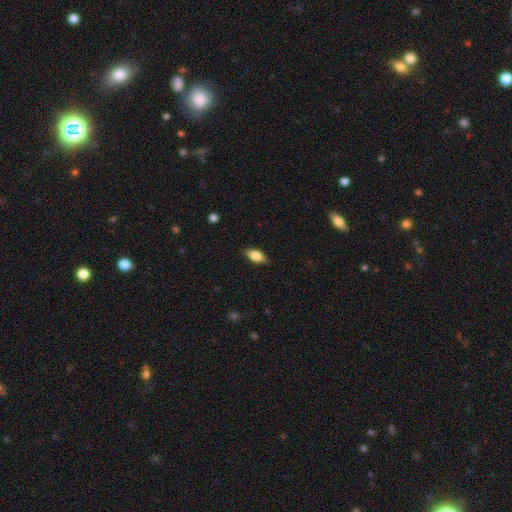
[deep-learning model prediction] Smooth or featured? Predicted: smooth (p=0.77). How rounded? Predicted: in between (p=0.87). Merging? Predicted: none (p=0.83).